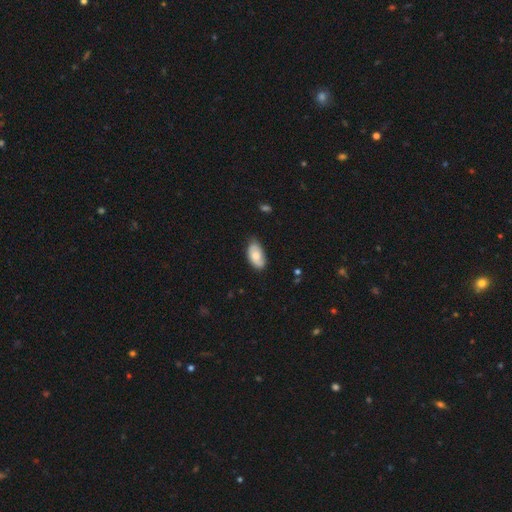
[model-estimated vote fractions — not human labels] Smooth or featured? Predicted: smooth (p=0.67). How rounded? Predicted: in between (p=0.94). Merging? Predicted: none (p=0.69).